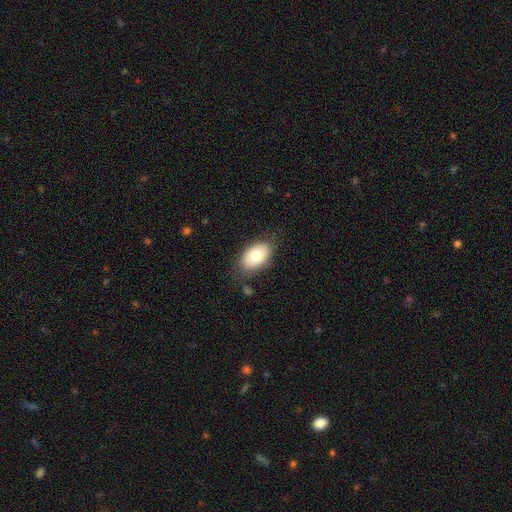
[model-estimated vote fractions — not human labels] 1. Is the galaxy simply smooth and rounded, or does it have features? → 73% smooth, 21% featured or disk, 6% star or artifact.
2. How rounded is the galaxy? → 92% in between, 7% round, 1% cigar-shaped.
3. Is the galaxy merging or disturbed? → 79% none, 16% minor disturbance, 4% major disturbance, 2% merger.